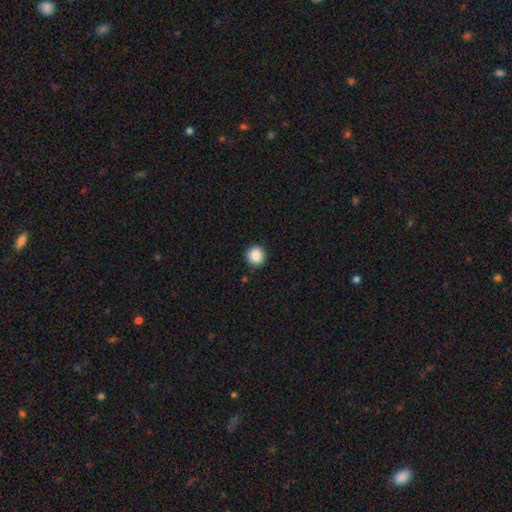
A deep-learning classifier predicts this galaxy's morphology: A smooth galaxy with no disk features (87%) that is round (93%).

Vote fractions:
- Smooth or featured? smooth: 87% / star or artifact: 9% / featured or disk: 4%
- How rounded? round: 93% / in between: 6% / cigar-shaped: 1%
- Merging? none: 91% / minor disturbance: 6% / major disturbance: 2% / merger: 1%